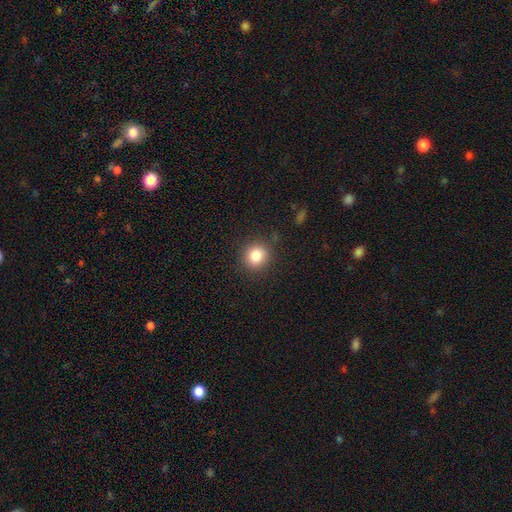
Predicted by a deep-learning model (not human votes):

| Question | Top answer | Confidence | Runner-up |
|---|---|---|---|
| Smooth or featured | smooth | 83% | star or artifact (11%) |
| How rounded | round | 84% | in between (15%) |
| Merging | none | 87% | minor disturbance (9%) |